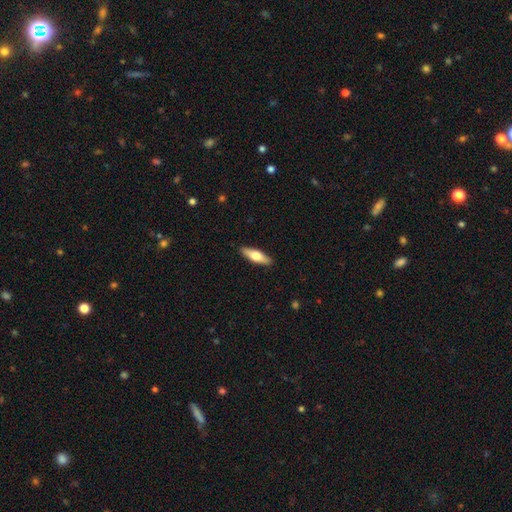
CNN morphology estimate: A smooth galaxy with no disk features (59%) that is cigar-shaped (52%). Merging: none (90%).